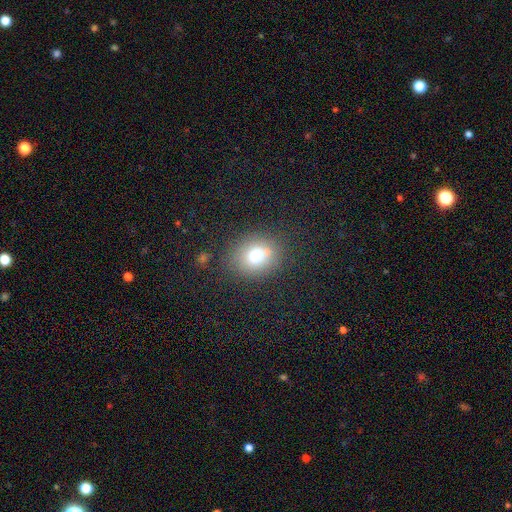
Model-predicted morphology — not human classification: This is likely a smooth galaxy (71%). How rounded: likely round (67%). Merging: likely none (69%).